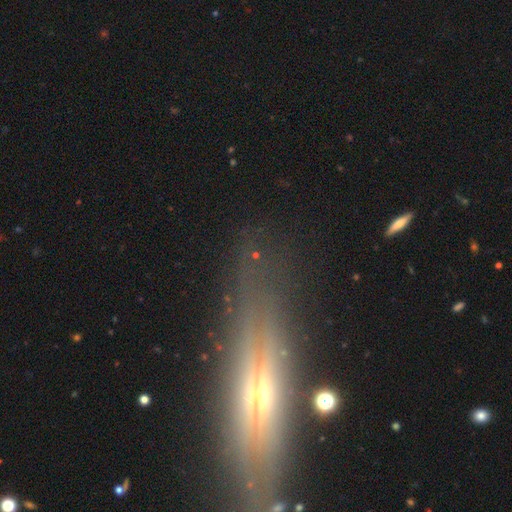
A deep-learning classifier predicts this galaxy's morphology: type=star or artifact (49%).